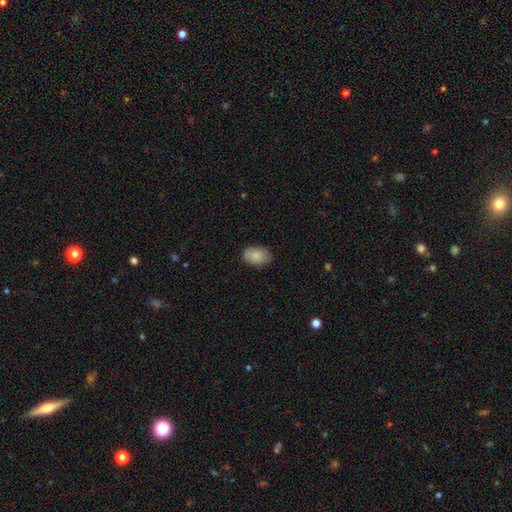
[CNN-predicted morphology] A smooth galaxy with no disk features (86%) that is in between round and cigar-shaped (84%). Merging: none (84%).